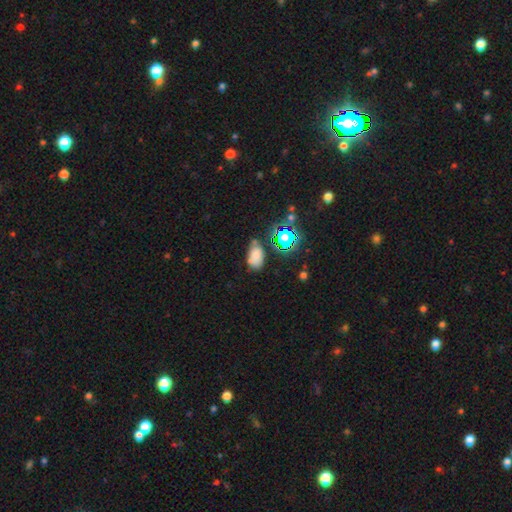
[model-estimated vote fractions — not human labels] Smooth or featured: smooth — 67% (star or artifact — 22%)
How rounded: in between — 88% (round — 10%)
Merging: none — 57% (minor disturbance — 25%)